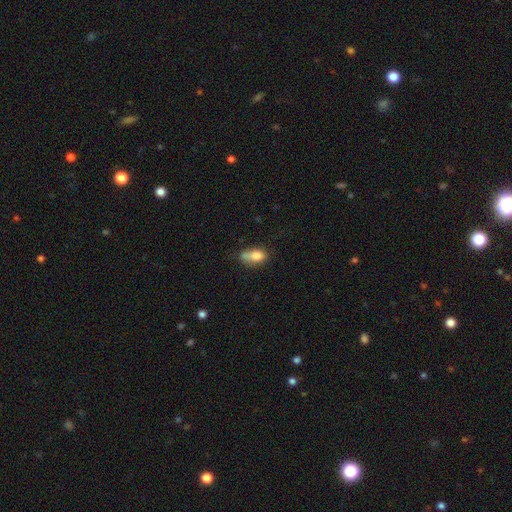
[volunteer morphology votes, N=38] Volunteers were most divided on "merging": none: 37%, minor disturbance: 26%, major disturbance: 23%, merger: 14%. More confident: how rounded — in between (96%); smooth or featured — smooth (74%).